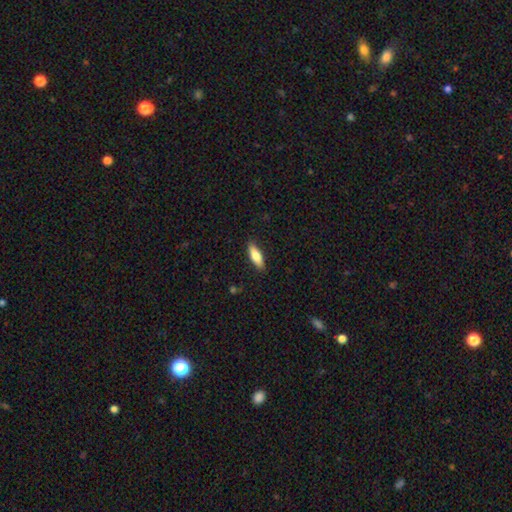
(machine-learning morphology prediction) smooth_or_featured: smooth (p=0.73) [alt: featured or disk p=0.21]
how_rounded: in between (p=0.56) [alt: cigar-shaped p=0.42]
merging: none (p=0.88) [alt: minor disturbance p=0.09]